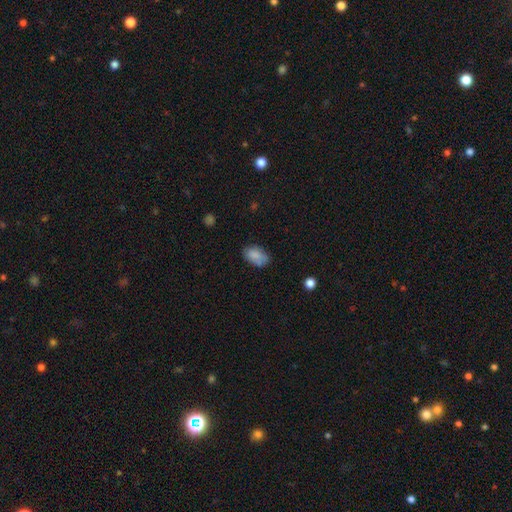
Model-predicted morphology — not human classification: Overall: smooth (83%). How rounded: in between (91%). Merging: none (67%).